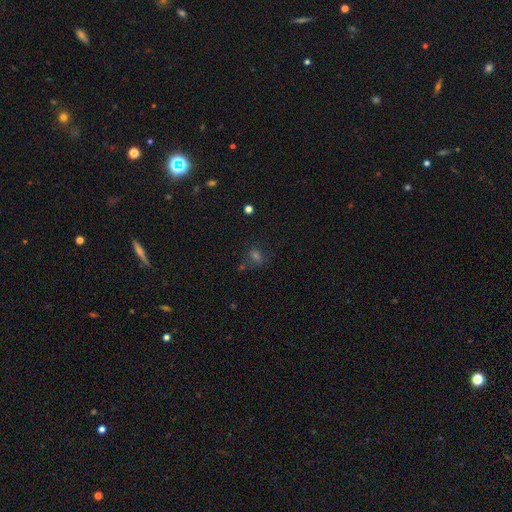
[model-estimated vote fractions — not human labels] The model was most divided on "how rounded": round: 52%, in between: 45%, cigar-shaped: 3%. More confident: merging — none (69%); smooth or featured — smooth (50%).